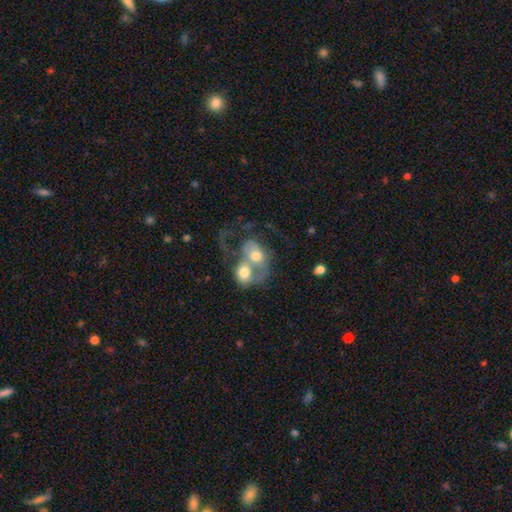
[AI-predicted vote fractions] The model was most divided on "smooth or featured": smooth: 49%, featured or disk: 42%, star or artifact: 9%. More confident: merging — merger (79%).